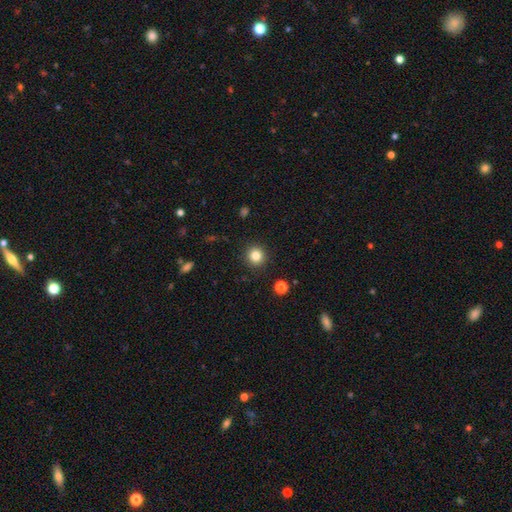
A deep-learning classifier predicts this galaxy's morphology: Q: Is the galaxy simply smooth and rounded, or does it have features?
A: smooth — 83%.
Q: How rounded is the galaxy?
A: round — 94%.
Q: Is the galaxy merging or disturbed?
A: none — 92%.